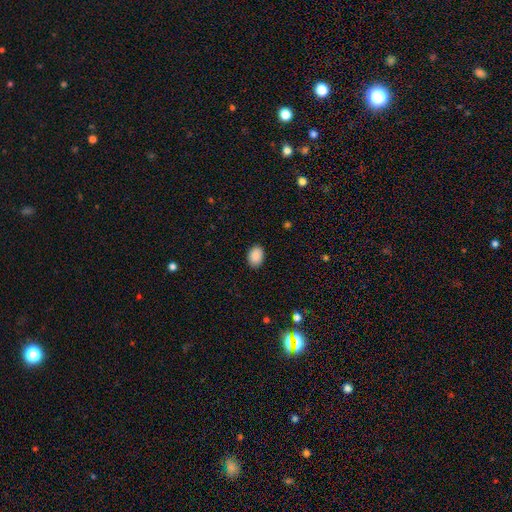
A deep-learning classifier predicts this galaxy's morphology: Q: Smooth or featured?
A: smooth (90%); runner-up: star or artifact (7%)
Q: How rounded?
A: in between (80%); runner-up: round (19%)
Q: Merging?
A: none (88%); runner-up: minor disturbance (9%)